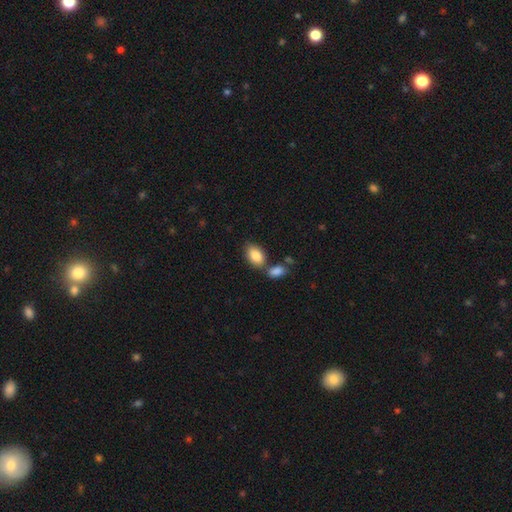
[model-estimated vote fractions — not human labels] Smooth or featured? smooth (85%)
How rounded? in between (90%)
Merging? none (60%)